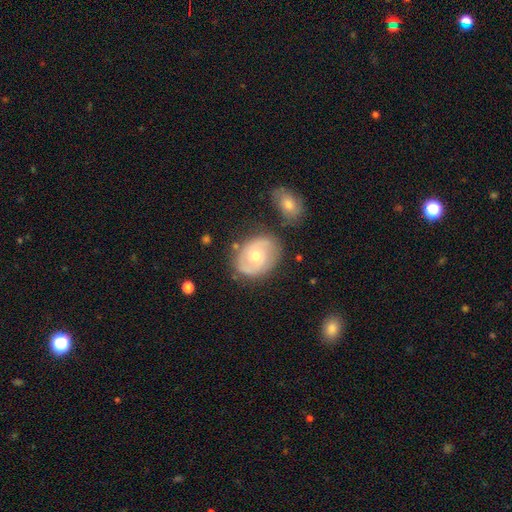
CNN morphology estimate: Smooth or featured?
  - featured or disk: 65% *
  - smooth: 29%
  - star or artifact: 6%
Edge-on disk?
  - no: 97% *
  - yes: 3%
Bar?
  - no: 66% *
  - weak: 29%
  - strong: 5%
Spiral arms?
  - yes: 79% *
  - no: 21%
Bulge size?
  - moderate: 67% *
  - small: 27%
  - large: 4%
  - none: 1%
  - dominant: 1%
Merging?
  - none: 71% *
  - minor disturbance: 17%
  - merger: 6%
  - major disturbance: 5%